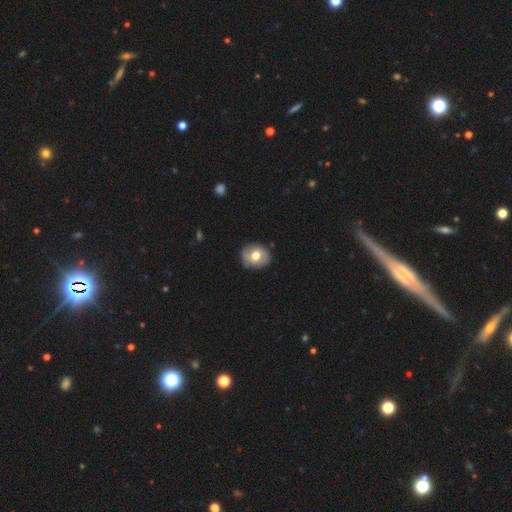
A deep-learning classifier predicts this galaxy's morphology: Overall: smooth (66%). How rounded: round (70%). Merging: none (84%).